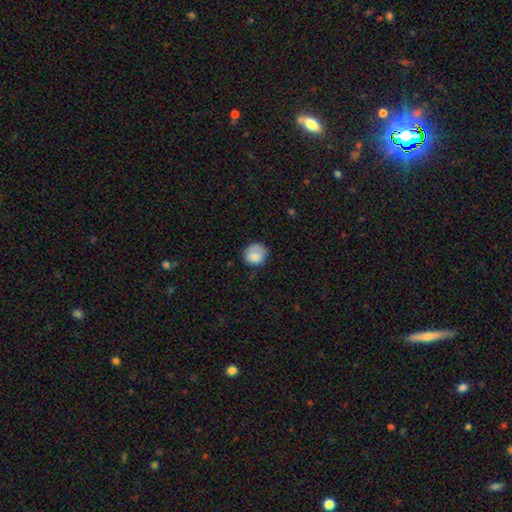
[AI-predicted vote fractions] This is clearly a smooth galaxy (83%). How rounded: clearly round (80%). Merging: likely none (65%).